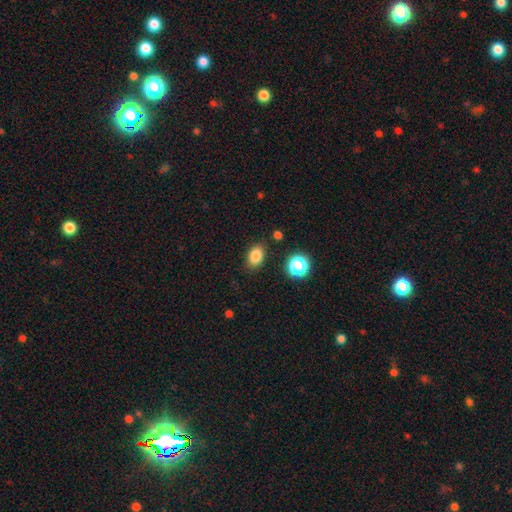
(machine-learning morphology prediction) smooth-or-featured: smooth: 84% | star or artifact: 11% | featured or disk: 6%
  how-rounded: in between: 82% | round: 16% | cigar-shaped: 1%
  merging: none: 84% | minor disturbance: 10% | major disturbance: 3% | merger: 2%